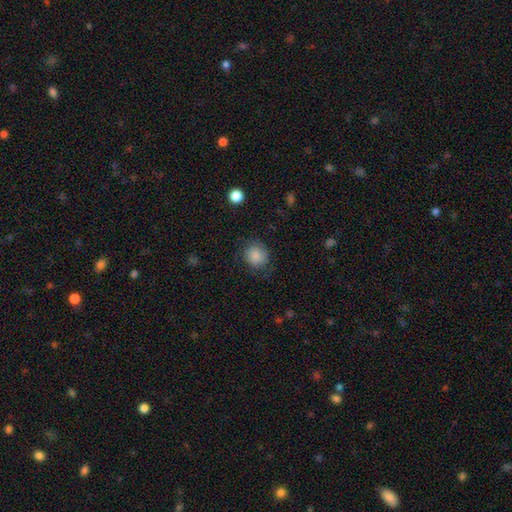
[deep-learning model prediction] smooth 83%, featured or disk 9%, star or artifact 8%. Down the decision tree: how rounded — round (82%); merging — none (71%).